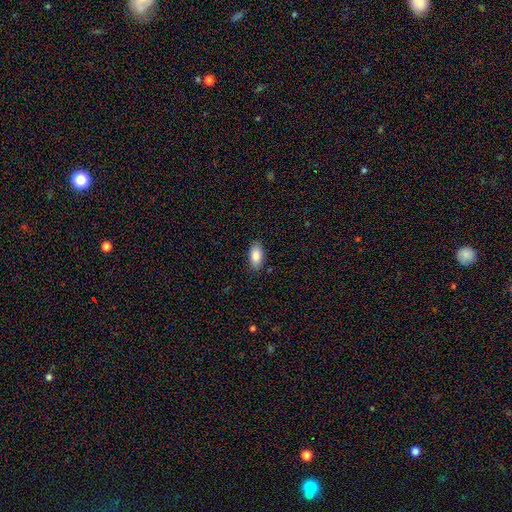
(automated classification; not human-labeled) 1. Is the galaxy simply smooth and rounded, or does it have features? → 87% smooth, 7% star or artifact, 7% featured or disk.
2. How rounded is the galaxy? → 92% in between, 5% cigar-shaped, 3% round.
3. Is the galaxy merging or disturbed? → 86% none, 10% minor disturbance, 2% major disturbance, 1% merger.